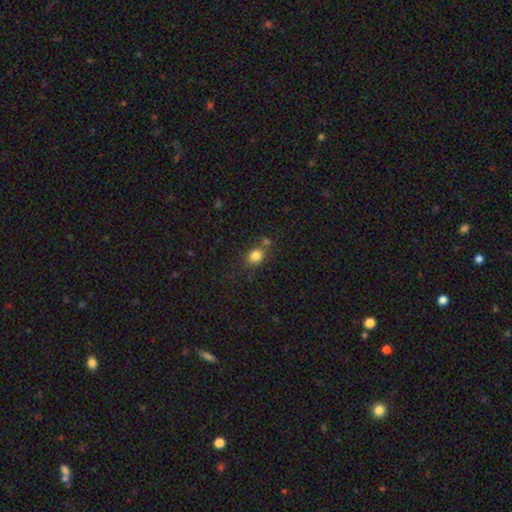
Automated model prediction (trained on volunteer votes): smooth_or_featured: smooth (p=0.82) [alt: star or artifact p=0.11]
how_rounded: in between (p=0.53) [alt: round p=0.45]
merging: none (p=0.66) [alt: merger p=0.17]